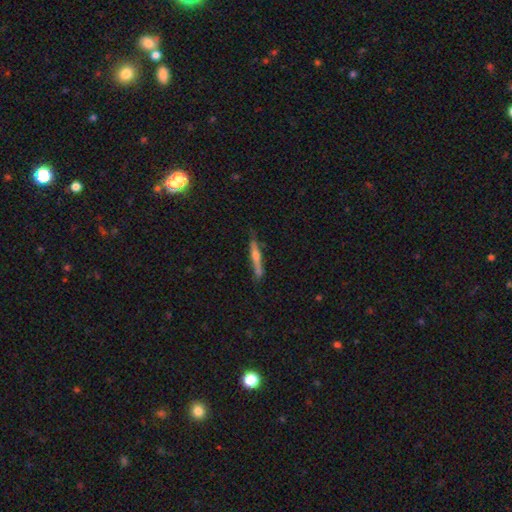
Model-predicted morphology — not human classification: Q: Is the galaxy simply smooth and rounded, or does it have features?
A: featured or disk — 63%.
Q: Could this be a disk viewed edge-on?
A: yes — 95%.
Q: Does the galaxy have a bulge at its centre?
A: rounded — 73%.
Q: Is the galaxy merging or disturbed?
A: none — 80%.